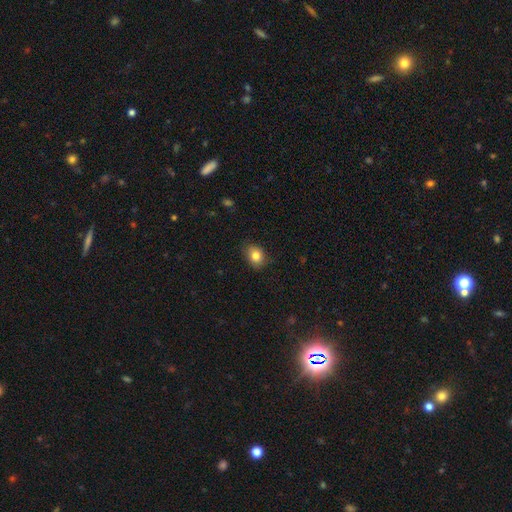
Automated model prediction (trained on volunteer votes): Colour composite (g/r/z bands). It shows a smooth galaxy with no disk features (83%) that is in between round and cigar-shaped (50%). Merging: none (81%).